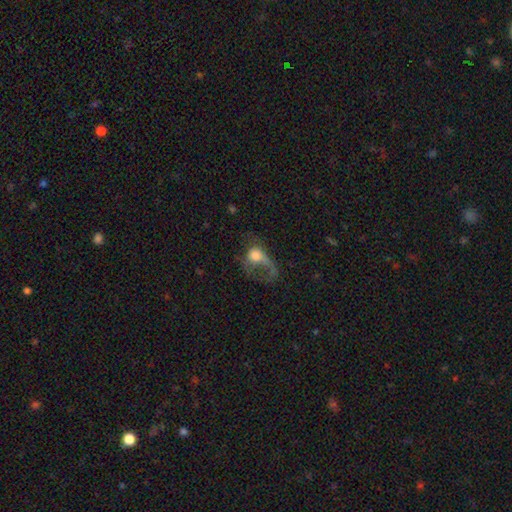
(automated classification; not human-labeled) Smooth or featured: smooth — 53% (featured or disk — 37%)
How rounded: in between — 51% (round — 47%)
Merging: major disturbance — 66% (none — 17%)